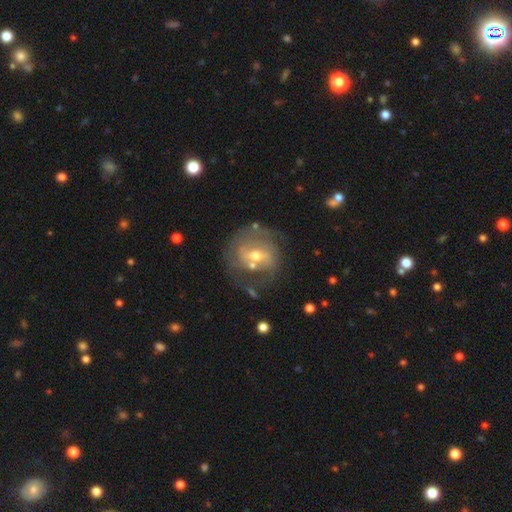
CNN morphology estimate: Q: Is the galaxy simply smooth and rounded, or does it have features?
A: featured or disk — 72%.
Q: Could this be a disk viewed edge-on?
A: no — 96%.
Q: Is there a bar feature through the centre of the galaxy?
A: weak — 48%.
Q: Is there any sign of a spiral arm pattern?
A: yes — 75%.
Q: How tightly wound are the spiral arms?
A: tight — 44%.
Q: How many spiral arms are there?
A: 2 — 51%.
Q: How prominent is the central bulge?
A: moderate — 62%.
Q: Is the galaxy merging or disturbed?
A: none — 57%.